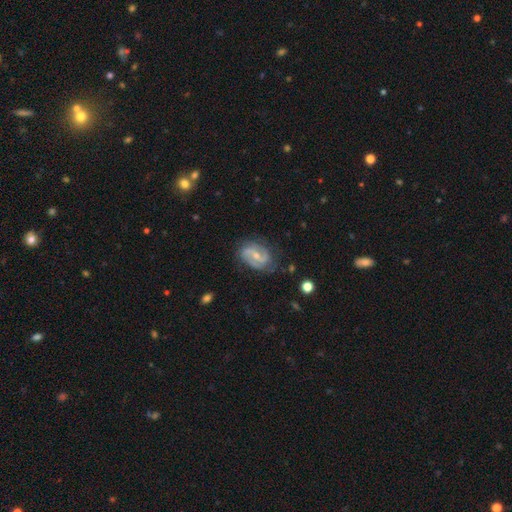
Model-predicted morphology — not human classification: A featured or disk galaxy (84%) with a weak bar (48%), 2 (85%) medium (49%) spiral arms (95%) and a small central bulge (54%).

Vote fractions:
- Smooth or featured? featured or disk: 84% / smooth: 10% / star or artifact: 6%
- Edge-on disk? no: 97% / yes: 3%
- Bar? weak: 48% / strong: 27% / no: 24%
- Spiral arms? yes: 95% / no: 5%
- Spiral winding? medium: 49% / tight: 28% / loose: 24%
- Spiral arm count? 2: 85% / can't tell: 6% / 3: 4% / 1: 2% / 4: 1% / more than 4: 1%
- Bulge size? small: 54% / moderate: 41% / none: 3% / large: 1% / dominant: 1%
- Merging? none: 71% / minor disturbance: 20% / major disturbance: 7% / merger: 2%